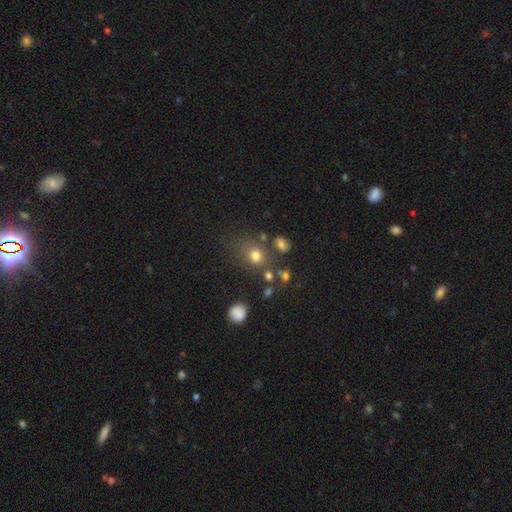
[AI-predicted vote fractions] Morphology: type=smooth (75%); roundness=round (61%); merging=none (64%).